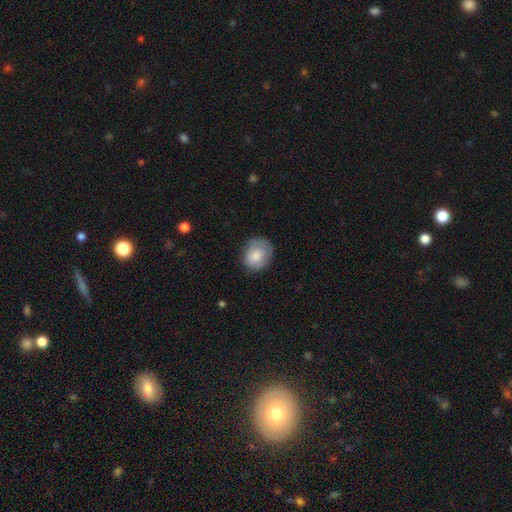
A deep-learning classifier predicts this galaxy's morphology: smooth_or_featured: smooth (p=0.81) [alt: featured or disk p=0.12]
how_rounded: round (p=0.62) [alt: in between p=0.37]
merging: none (p=0.70) [alt: minor disturbance p=0.22]